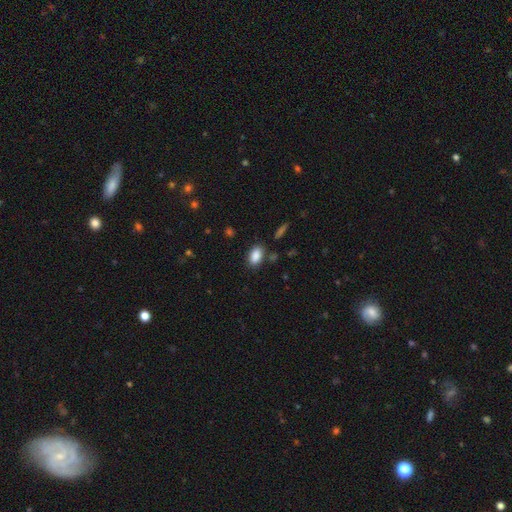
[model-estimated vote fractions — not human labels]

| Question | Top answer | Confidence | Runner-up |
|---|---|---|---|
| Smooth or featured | smooth | 88% | star or artifact (8%) |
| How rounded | in between | 90% | round (8%) |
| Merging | none | 83% | minor disturbance (11%) |